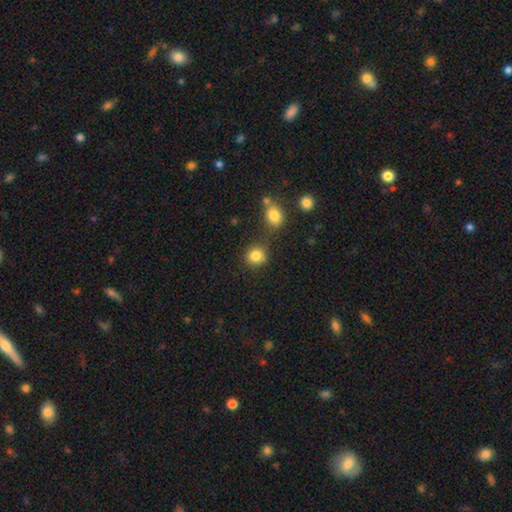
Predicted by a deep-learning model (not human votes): smooth_or_featured: smooth (p=0.83) [alt: star or artifact p=0.11]
how_rounded: round (p=0.84) [alt: in between p=0.15]
merging: none (p=0.69) [alt: merger p=0.13]